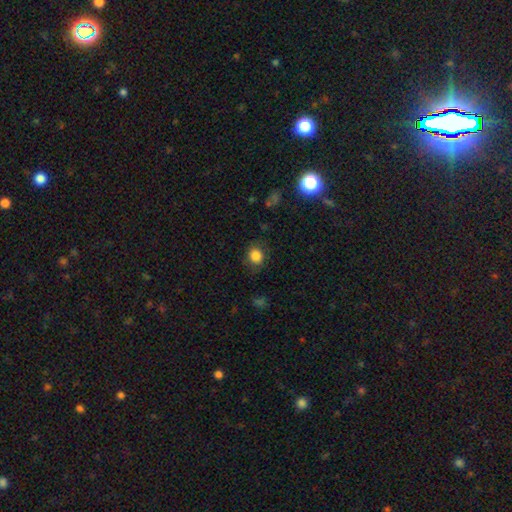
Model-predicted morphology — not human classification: type=smooth (84%); roundness=round (75%); merging=none (80%).